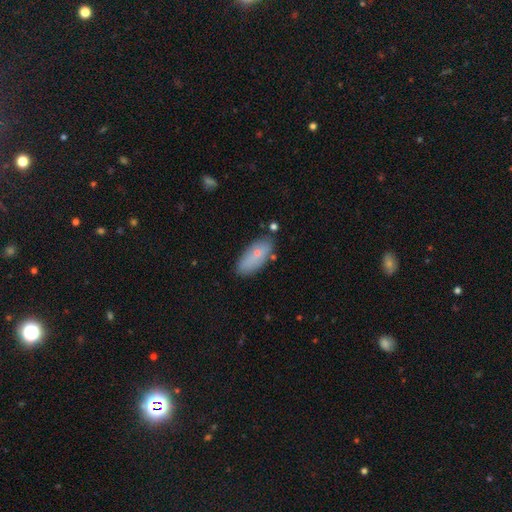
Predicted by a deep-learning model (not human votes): smooth_or_featured: smooth (p=0.71) [alt: featured or disk p=0.21]
how_rounded: in between (p=0.82) [alt: cigar-shaped p=0.15]
merging: none (p=0.77) [alt: minor disturbance p=0.15]